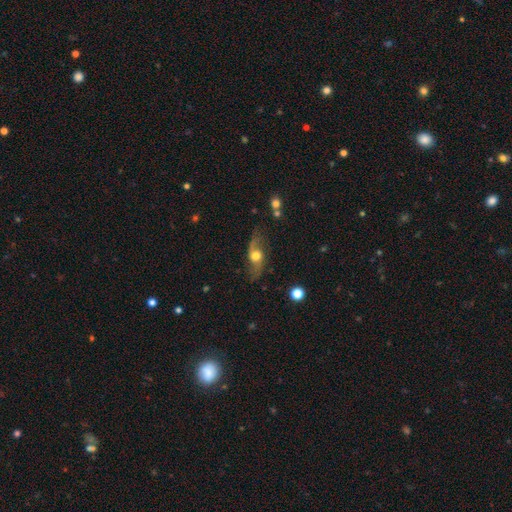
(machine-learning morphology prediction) smooth-or-featured: featured or disk: 67% | smooth: 25% | star or artifact: 8%
  disk-edge-on: no: 80% | yes: 20%
    bar: no: 70% | weak: 24% | strong: 6%
    has-spiral-arms: yes: 86% | no: 14%
    bulge-size: moderate: 63% | large: 23% | small: 10% | dominant: 2% | none: 2%
  merging: none: 69% | minor disturbance: 19% | major disturbance: 9% | merger: 3%